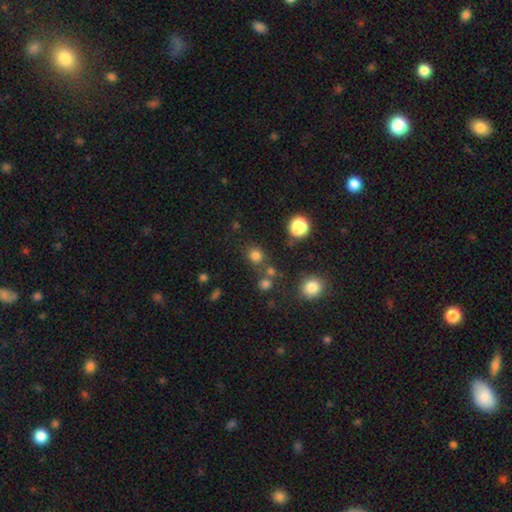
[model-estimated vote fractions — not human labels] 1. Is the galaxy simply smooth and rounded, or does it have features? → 76% smooth, 18% star or artifact, 5% featured or disk.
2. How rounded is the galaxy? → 87% round, 12% in between, 1% cigar-shaped.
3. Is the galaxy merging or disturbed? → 76% none, 10% merger, 9% minor disturbance, 4% major disturbance.